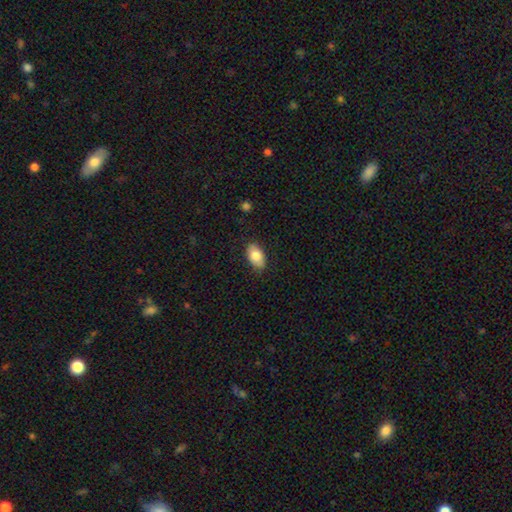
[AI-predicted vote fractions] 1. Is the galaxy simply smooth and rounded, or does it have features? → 80% smooth, 13% featured or disk, 7% star or artifact.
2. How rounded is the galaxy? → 91% in between, 7% round, 2% cigar-shaped.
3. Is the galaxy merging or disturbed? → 82% none, 14% minor disturbance, 3% major disturbance, 1% merger.